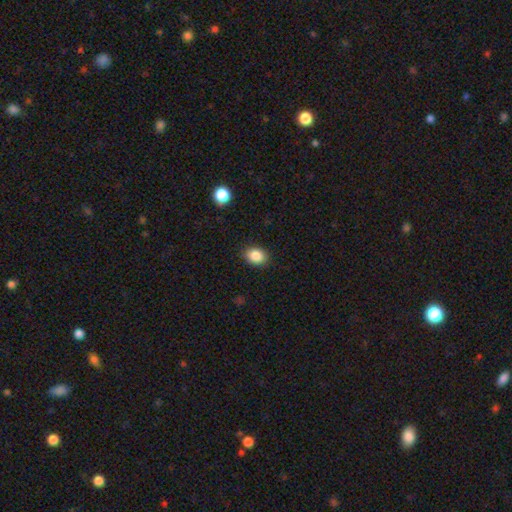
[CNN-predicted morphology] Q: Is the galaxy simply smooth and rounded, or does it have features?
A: smooth — 86%.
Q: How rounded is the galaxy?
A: in between — 65%.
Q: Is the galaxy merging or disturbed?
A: none — 88%.